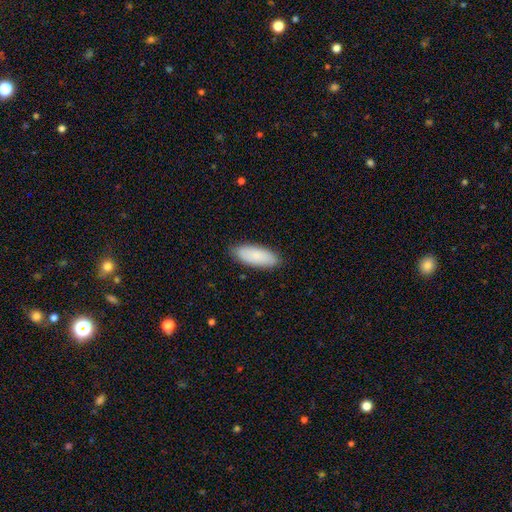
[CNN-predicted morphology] Overall: smooth (86%). How rounded: in between (80%). Merging: none (87%).